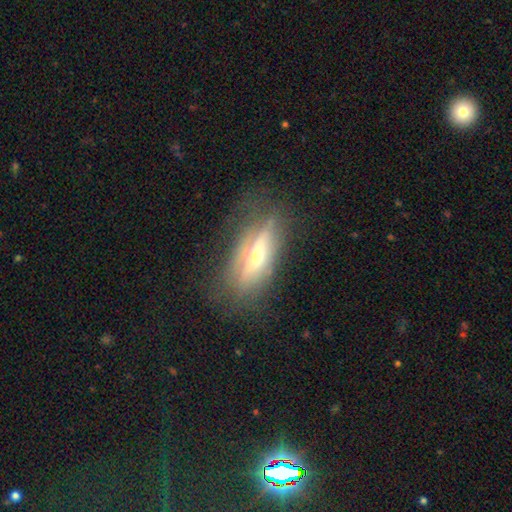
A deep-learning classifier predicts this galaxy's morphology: featured or disk 57%, smooth 35%, star or artifact 8%. Down the decision tree: edge-on disk — yes (71%); merging — none (68%).